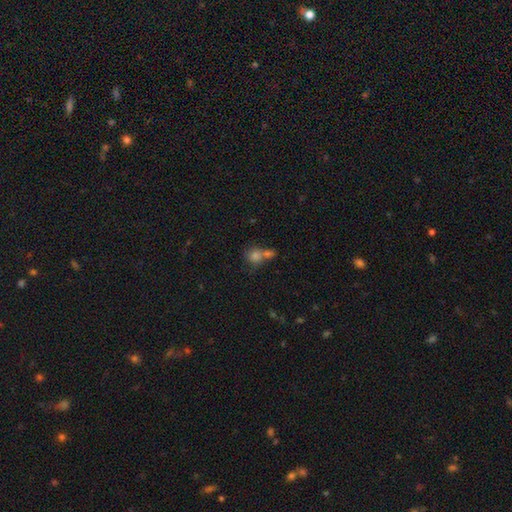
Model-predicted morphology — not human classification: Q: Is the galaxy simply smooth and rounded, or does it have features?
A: smooth — 74%.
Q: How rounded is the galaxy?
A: round — 75%.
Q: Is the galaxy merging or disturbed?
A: merger — 52%.